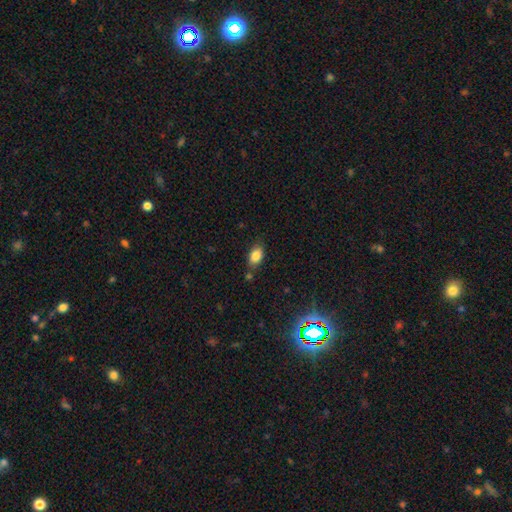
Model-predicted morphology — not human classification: This appears to be a smooth galaxy with no disk features (84%) that is in between round and cigar-shaped (87%). Merging: none (74%).